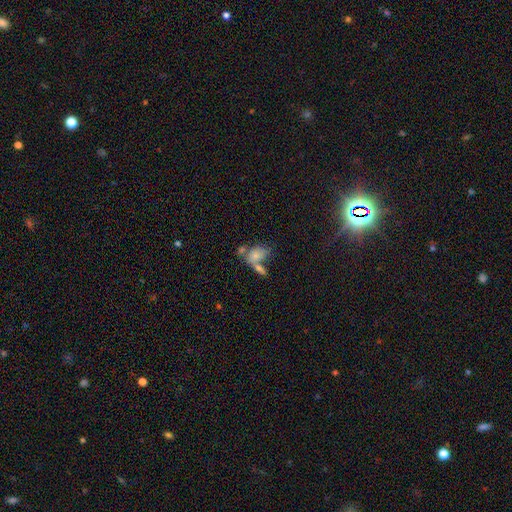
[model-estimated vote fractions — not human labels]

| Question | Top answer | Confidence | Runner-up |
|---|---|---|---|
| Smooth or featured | smooth | 72% | featured or disk (19%) |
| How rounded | in between | 84% | round (13%) |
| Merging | merger | 52% | none (25%) |